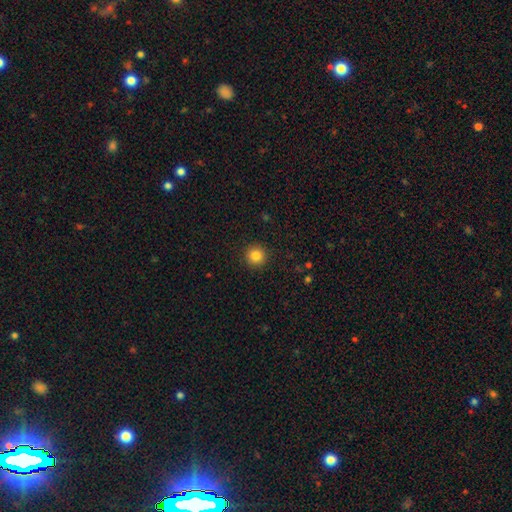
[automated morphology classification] Q: Smooth or featured?
A: smooth (84%); runner-up: star or artifact (11%)
Q: How rounded?
A: round (95%); runner-up: in between (4%)
Q: Merging?
A: none (93%); runner-up: minor disturbance (5%)